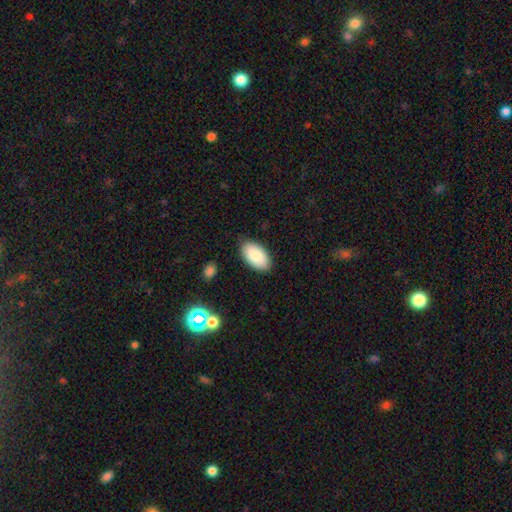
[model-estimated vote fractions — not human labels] smooth 87%, featured or disk 7%, star or artifact 6%. Down the decision tree: how rounded — in between (96%); merging — none (87%).